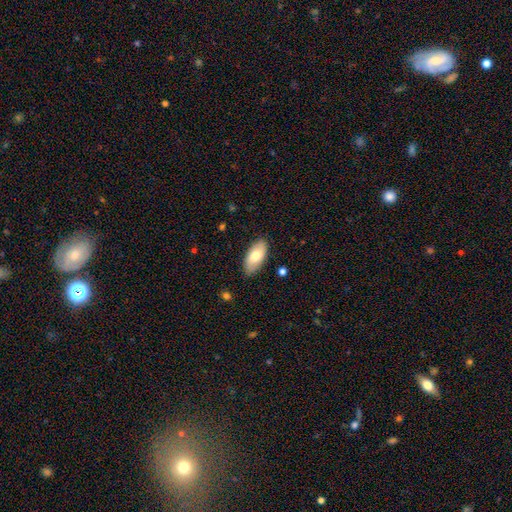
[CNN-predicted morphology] smooth 75%, featured or disk 20%, star or artifact 6%. Down the decision tree: how rounded — in between (92%); merging — none (86%).